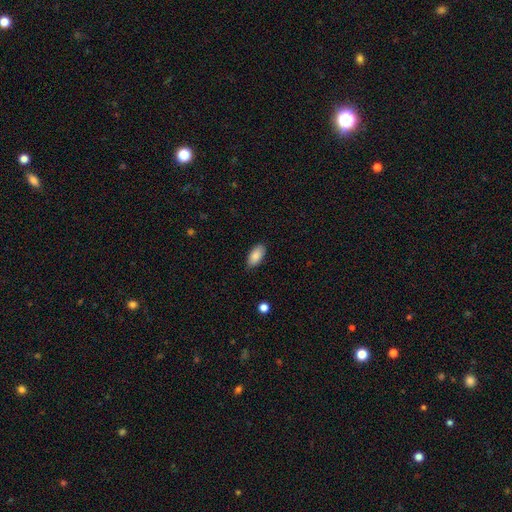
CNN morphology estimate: This is clearly a smooth galaxy (87%). How rounded: clearly in between (93%). Merging: clearly none (83%).